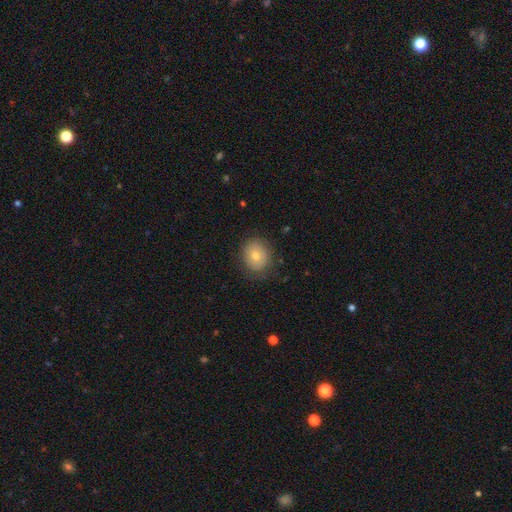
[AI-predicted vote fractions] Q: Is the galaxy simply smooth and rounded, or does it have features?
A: smooth — 71%.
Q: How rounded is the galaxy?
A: round — 76%.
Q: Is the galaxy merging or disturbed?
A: none — 83%.